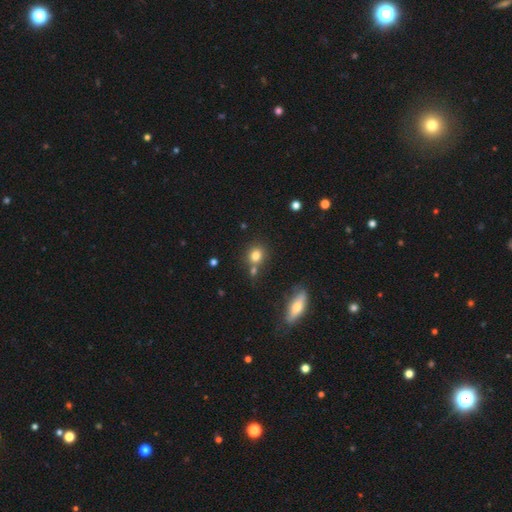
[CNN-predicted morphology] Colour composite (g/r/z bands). It shows a smooth galaxy with no disk features (78%) that is round (78%). Merging: none (64%).